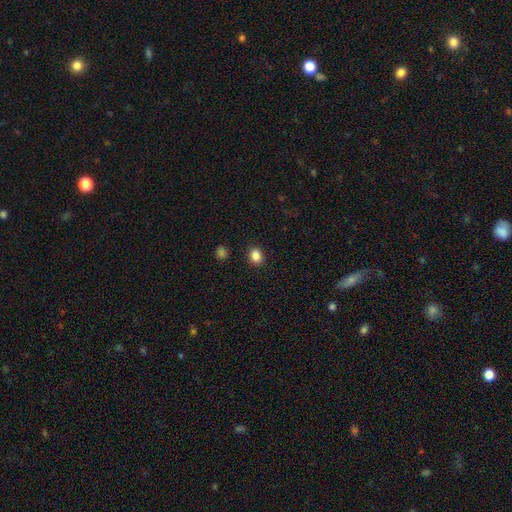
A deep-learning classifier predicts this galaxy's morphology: The model was most divided on "how rounded": round: 53%, in between: 46%, cigar-shaped: 1%. More confident: merging — none (89%); smooth or featured — smooth (86%).